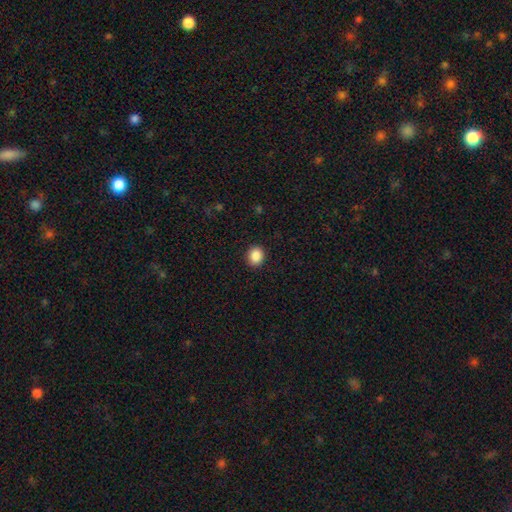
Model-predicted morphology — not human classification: Smooth or featured: smooth — 88% (star or artifact — 9%)
How rounded: round — 65% (in between — 34%)
Merging: none — 91% (minor disturbance — 6%)